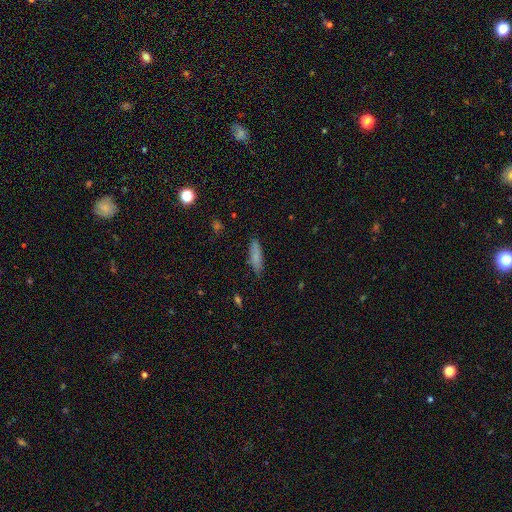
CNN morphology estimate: Smooth or featured? Predicted: smooth (p=0.78). How rounded? Predicted: cigar-shaped (p=0.62). Merging? Predicted: none (p=0.81).